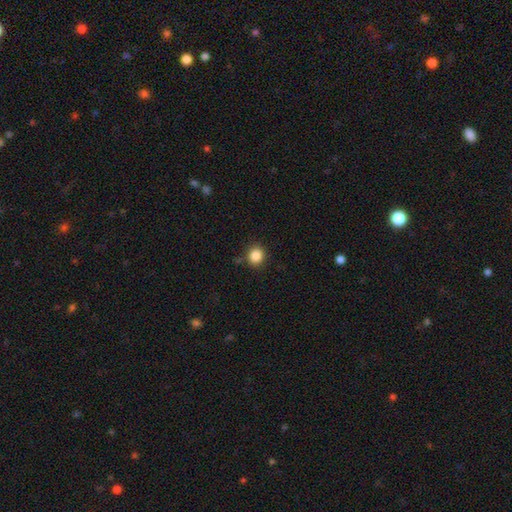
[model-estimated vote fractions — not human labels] Morphology: type=smooth (86%); roundness=round (83%); merging=none (85%).